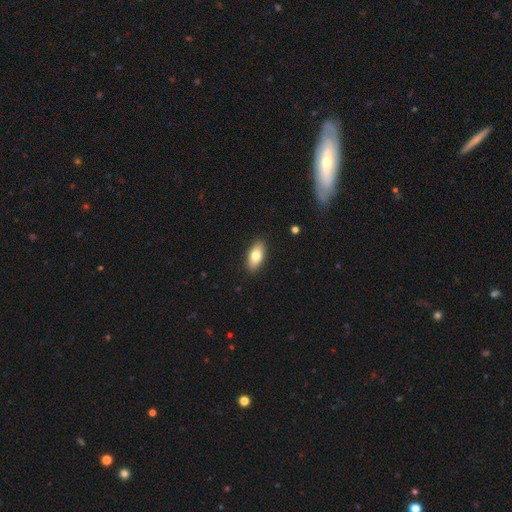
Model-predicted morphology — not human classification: Smooth or featured? Predicted: smooth (p=0.78). How rounded? Predicted: in between (p=0.89). Merging? Predicted: none (p=0.89).